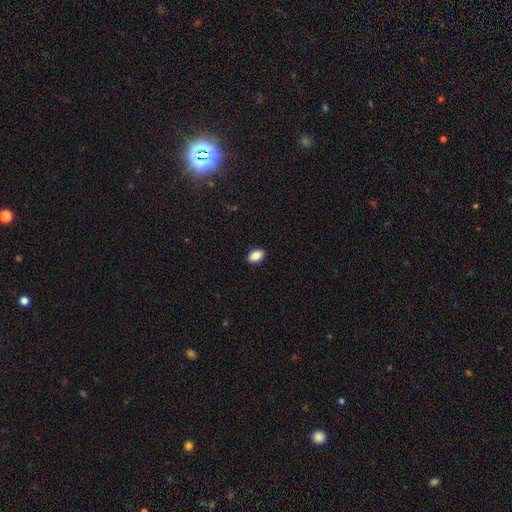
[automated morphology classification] smooth_or_featured: smooth (p=0.88) [alt: star or artifact p=0.08]
how_rounded: in between (p=0.89) [alt: round p=0.10]
merging: none (p=0.90) [alt: minor disturbance p=0.07]